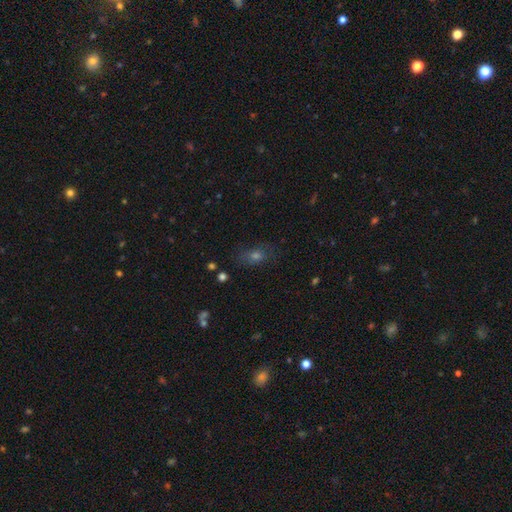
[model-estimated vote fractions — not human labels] This appears to be a smooth galaxy with no disk features (53%) that is in between round and cigar-shaped (68%). Merging: none (75%).